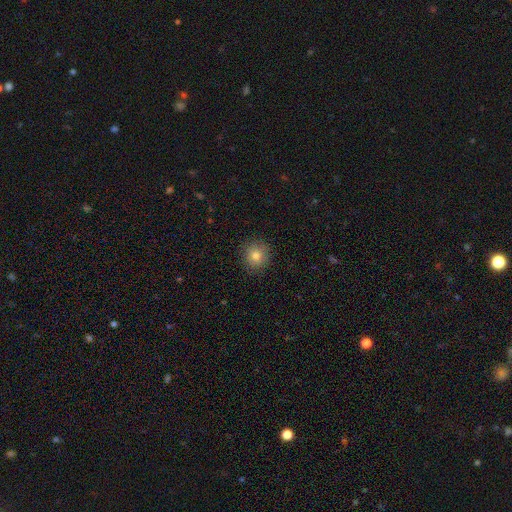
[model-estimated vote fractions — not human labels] smooth_or_featured: smooth (p=0.80) [alt: star or artifact p=0.12]
how_rounded: round (p=0.90) [alt: in between p=0.10]
merging: none (p=0.89) [alt: minor disturbance p=0.08]